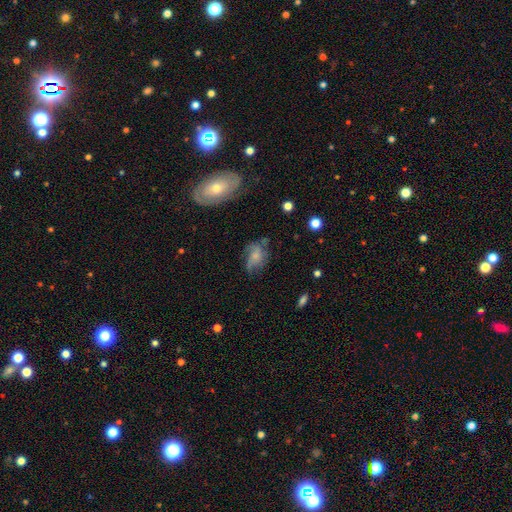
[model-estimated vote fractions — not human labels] Smooth or featured?
  - featured or disk: 48% *
  - smooth: 40%
  - star or artifact: 12%
Merging?
  - none: 49% *
  - minor disturbance: 26%
  - major disturbance: 22%
  - merger: 3%